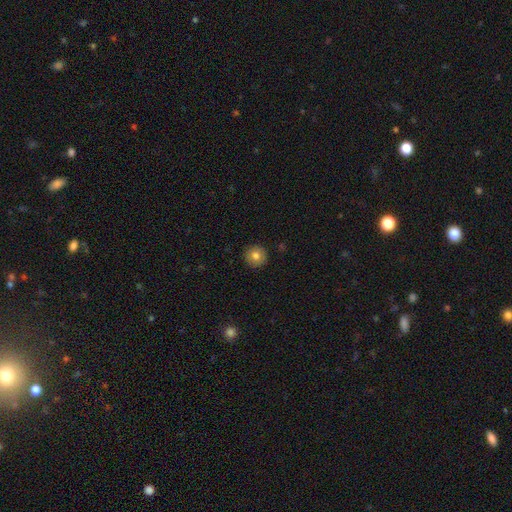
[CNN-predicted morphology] Smooth or featured? Predicted: smooth (p=0.80). How rounded? Predicted: round (p=0.95). Merging? Predicted: none (p=0.91).